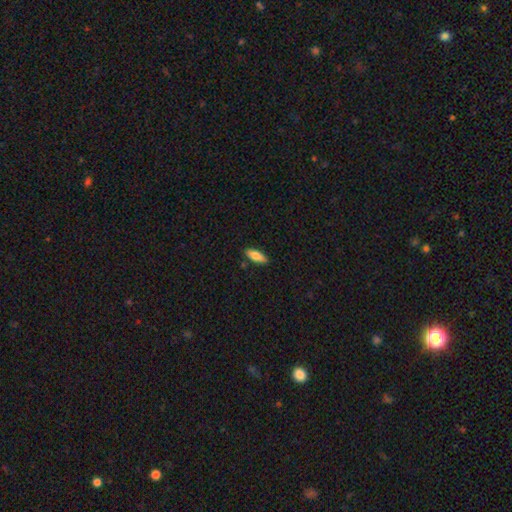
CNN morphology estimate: A smooth galaxy with no disk features (76%) that is in between round and cigar-shaped (70%).

Vote fractions:
- Smooth or featured? smooth: 76% / featured or disk: 17% / star or artifact: 6%
- How rounded? in between: 70% / cigar-shaped: 27% / round: 2%
- Merging? none: 86% / minor disturbance: 10% / merger: 2% / major disturbance: 2%